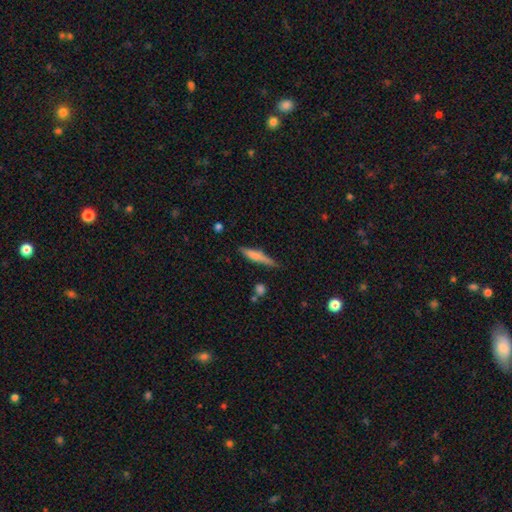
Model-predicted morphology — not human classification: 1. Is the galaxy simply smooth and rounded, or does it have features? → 60% smooth, 33% featured or disk, 7% star or artifact.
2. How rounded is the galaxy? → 87% cigar-shaped, 11% in between, 2% round.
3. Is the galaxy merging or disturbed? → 73% none, 19% minor disturbance, 4% major disturbance, 4% merger.